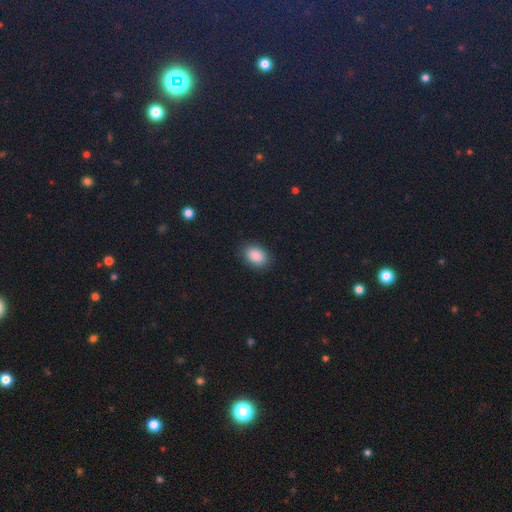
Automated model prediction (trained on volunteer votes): The model was most divided on "how rounded": in between: 81%, round: 18%, cigar-shaped: 1%. More confident: smooth or featured — smooth (88%); merging — none (86%).